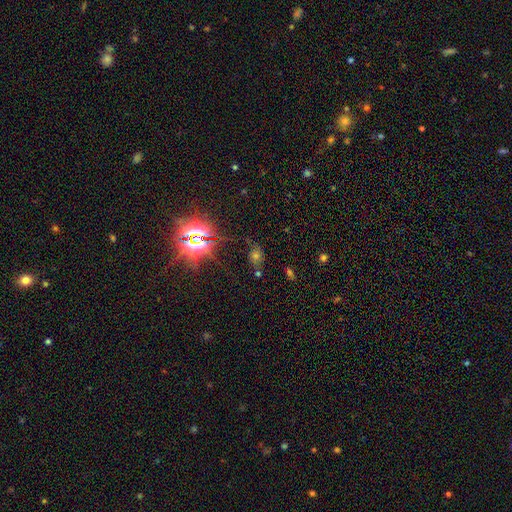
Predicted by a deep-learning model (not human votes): Smooth or featured? Predicted: star or artifact (p=0.57).